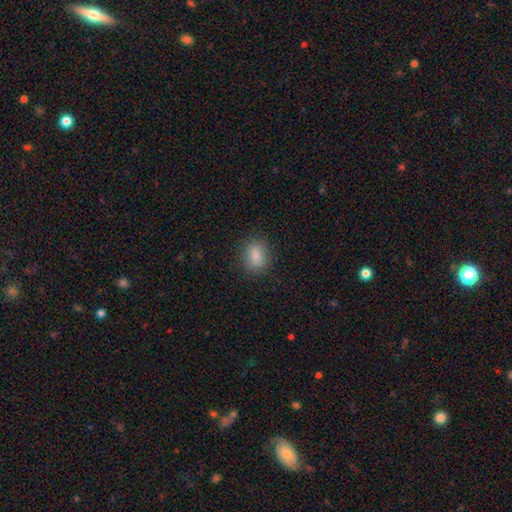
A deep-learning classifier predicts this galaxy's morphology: The model was most divided on "how rounded": in between: 70%, round: 26%, cigar-shaped: 4%. More confident: smooth or featured — smooth (84%); merging — none (84%).